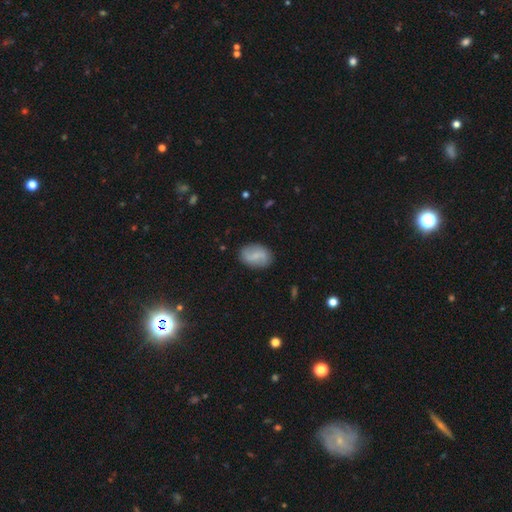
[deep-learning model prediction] Smooth or featured: smooth — 50% (featured or disk — 43%)
Merging: none — 84% (minor disturbance — 12%)